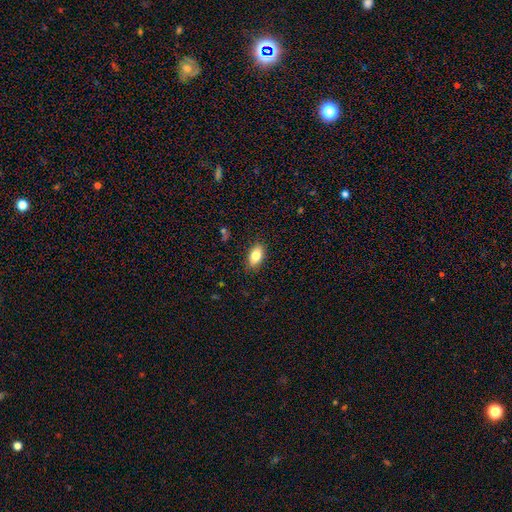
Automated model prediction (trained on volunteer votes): Smooth or featured? smooth (82%)
How rounded? in between (91%)
Merging? none (87%)